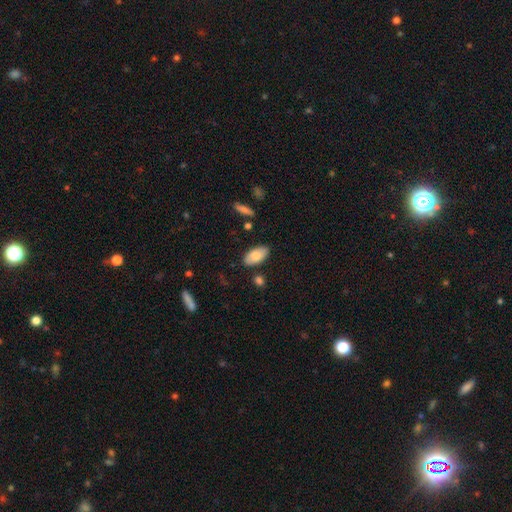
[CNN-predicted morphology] A smooth galaxy with no disk features (76%) that is in between round and cigar-shaped (94%).

Vote fractions:
- Smooth or featured? smooth: 76% / featured or disk: 17% / star or artifact: 6%
- How rounded? in between: 94% / cigar-shaped: 3% / round: 2%
- Merging? none: 84% / minor disturbance: 11% / merger: 3% / major disturbance: 2%